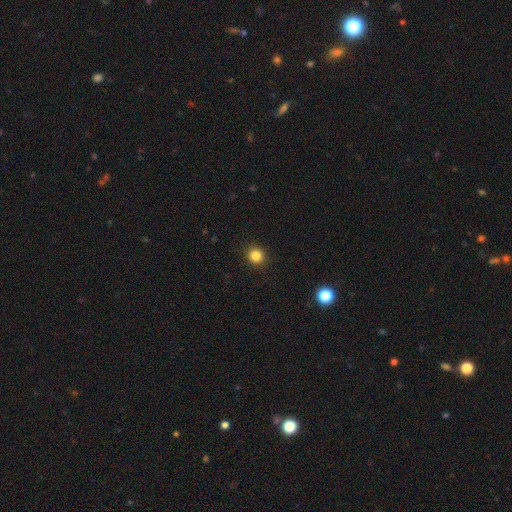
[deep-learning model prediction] Smooth or featured?
  - smooth: 84% *
  - star or artifact: 12%
  - featured or disk: 4%
How rounded?
  - round: 90% *
  - in between: 10%
  - cigar-shaped: 1%
Merging?
  - none: 91% *
  - minor disturbance: 6%
  - major disturbance: 2%
  - merger: 1%